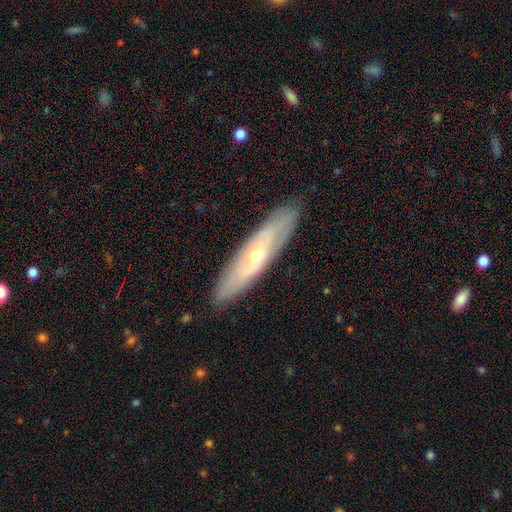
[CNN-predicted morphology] Smooth or featured: featured or disk — 61% (smooth — 32%)
Edge-on disk: no — 53% (yes — 47%)
Merging: none — 87% (minor disturbance — 10%)